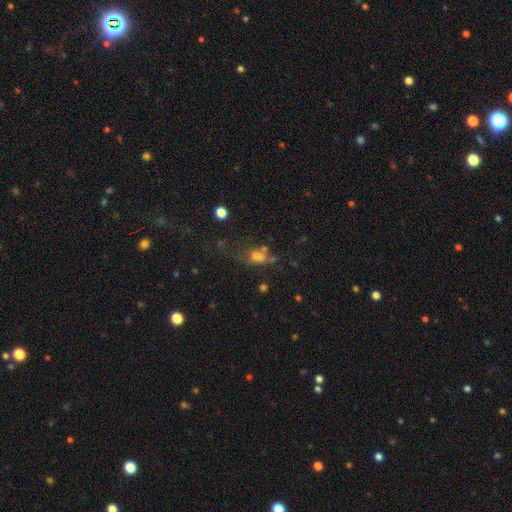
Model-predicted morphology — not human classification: smooth_or_featured: smooth (p=0.56) [alt: star or artifact p=0.22]
how_rounded: in between (p=0.59) [alt: round p=0.33]
merging: none (p=0.36) [alt: major disturbance p=0.25]